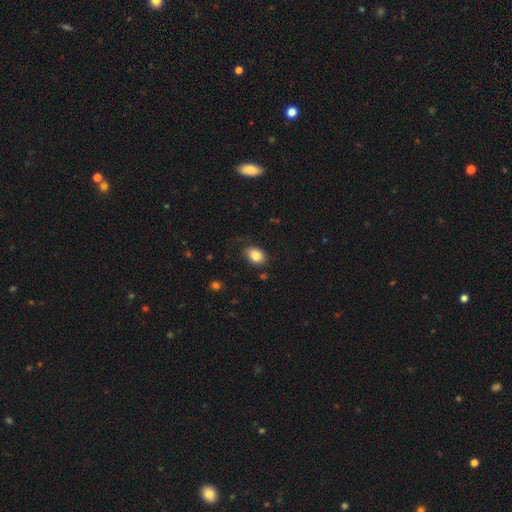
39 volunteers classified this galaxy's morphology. This appears to be a smooth galaxy with no disk features (87%) that is in between round and cigar-shaped (74%). Merging: none (74%).